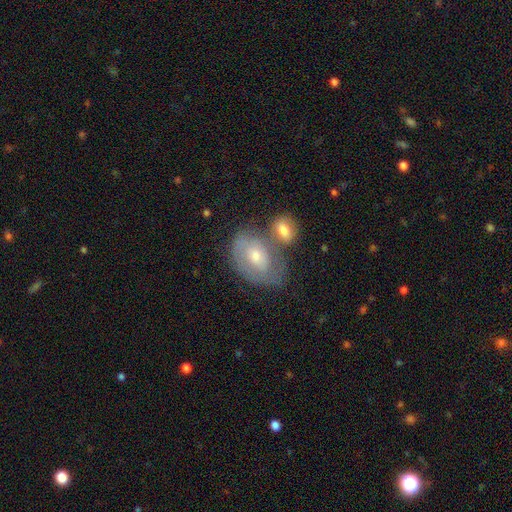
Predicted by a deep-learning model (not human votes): The model was most divided on "merging" (2-way tie): none: 37%, merger: 37%, minor disturbance: 18%, major disturbance: 9%. Remaining: smooth or featured — featured or disk (50%).